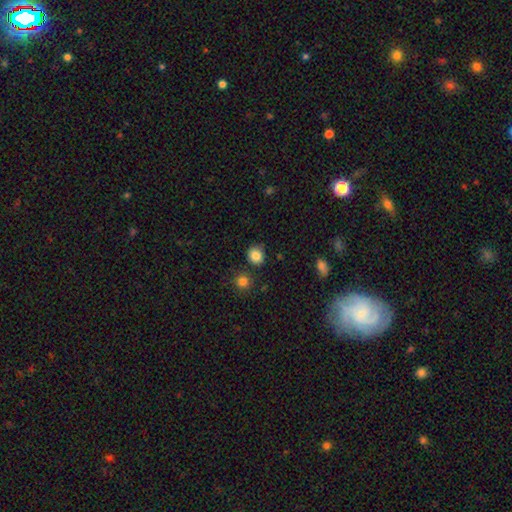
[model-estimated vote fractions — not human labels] Overall: smooth (85%). How rounded: round (80%). Merging: none (81%).